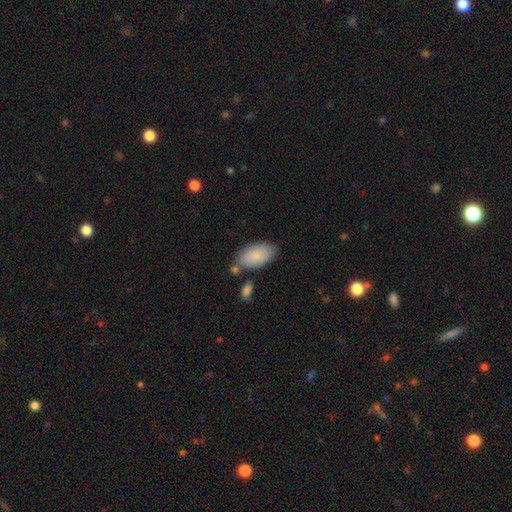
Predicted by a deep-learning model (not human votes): Overall: smooth (86%). How rounded: in between (95%). Merging: none (71%).